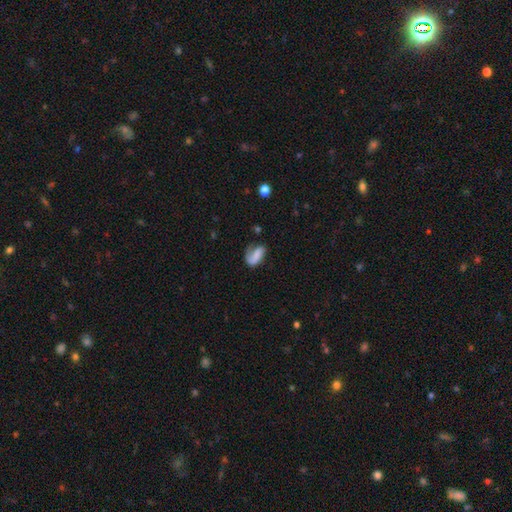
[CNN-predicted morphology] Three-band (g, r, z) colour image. It shows a smooth galaxy with no disk features (51%) that is in between round and cigar-shaped (85%). Merging: none (41%).